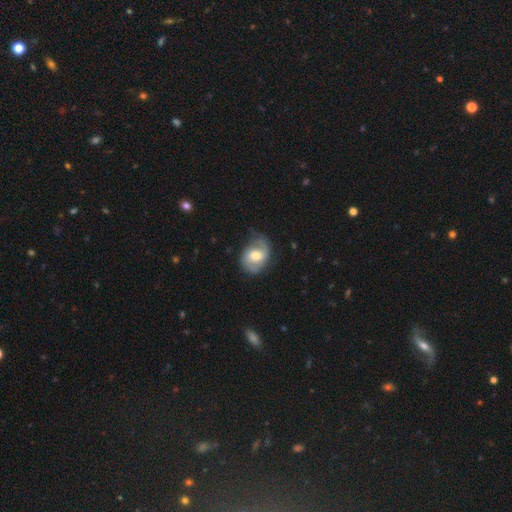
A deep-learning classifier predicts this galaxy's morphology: type=featured or disk (66%); edge-on=no (97%); bar=weak (46%); spiral arms=yes (88%); winding=medium (46%); arm count=2 (81%); bulge=moderate (65%); merging=none (64%).